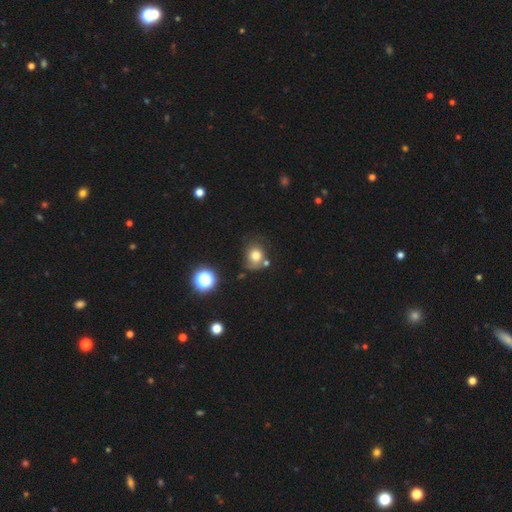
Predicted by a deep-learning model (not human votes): Q: Smooth or featured?
A: smooth (74%); runner-up: star or artifact (14%)
Q: How rounded?
A: round (75%); runner-up: in between (24%)
Q: Merging?
A: none (58%); runner-up: minor disturbance (22%)